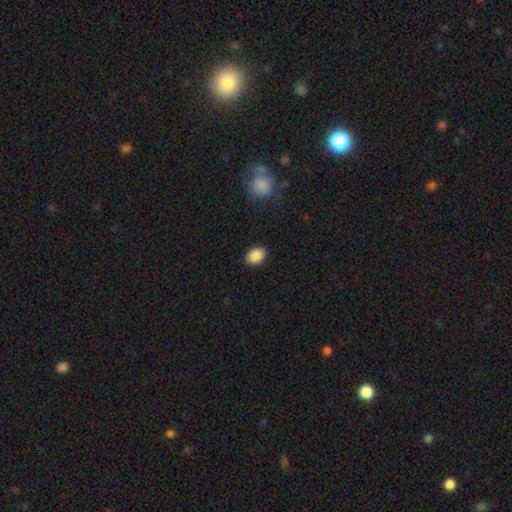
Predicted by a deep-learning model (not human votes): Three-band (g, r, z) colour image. It shows a smooth galaxy with no disk features (88%) that is in between round and cigar-shaped (72%). Merging: none (89%).